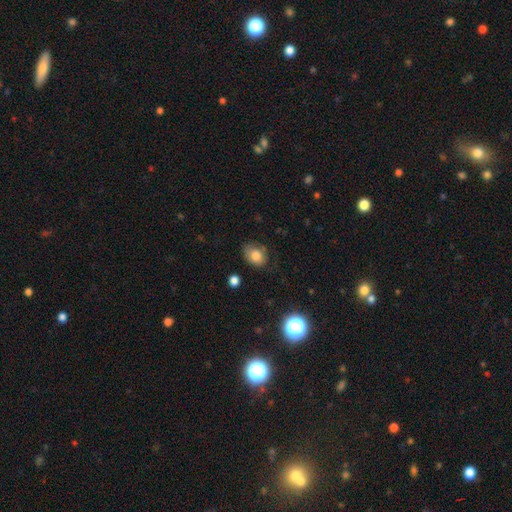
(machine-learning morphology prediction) Smooth or featured?
  - smooth: 78% *
  - featured or disk: 12%
  - star or artifact: 10%
How rounded?
  - in between: 52% *
  - round: 47%
  - cigar-shaped: 1%
Merging?
  - none: 64% *
  - minor disturbance: 26%
  - major disturbance: 8%
  - merger: 2%